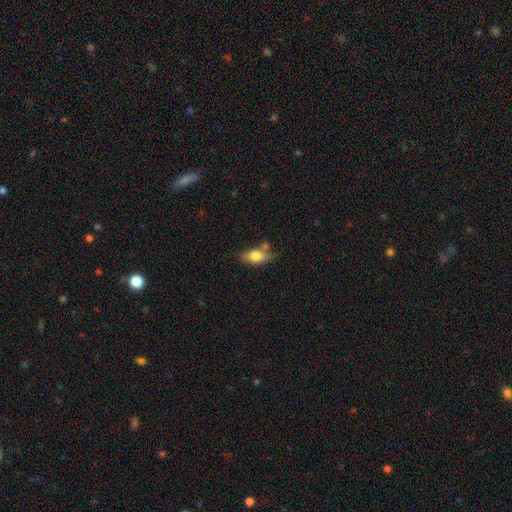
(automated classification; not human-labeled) smooth 75%, featured or disk 18%, star or artifact 7%. Down the decision tree: how rounded — in between (83%); merging — none (59%).